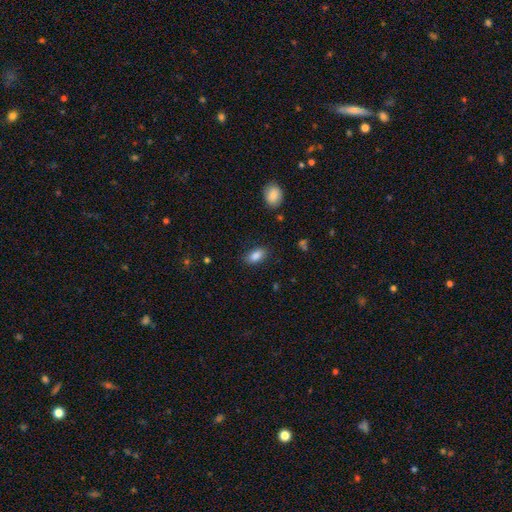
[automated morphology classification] smooth 86%, star or artifact 8%, featured or disk 6%. Down the decision tree: how rounded — in between (91%); merging — none (84%).